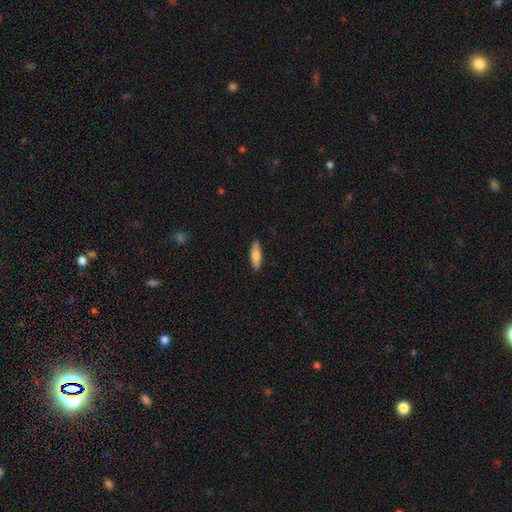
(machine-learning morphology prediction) Smooth or featured?
  - smooth: 70% *
  - featured or disk: 24%
  - star or artifact: 6%
How rounded?
  - cigar-shaped: 52% *
  - in between: 45%
  - round: 2%
Merging?
  - none: 88% *
  - minor disturbance: 9%
  - major disturbance: 2%
  - merger: 1%